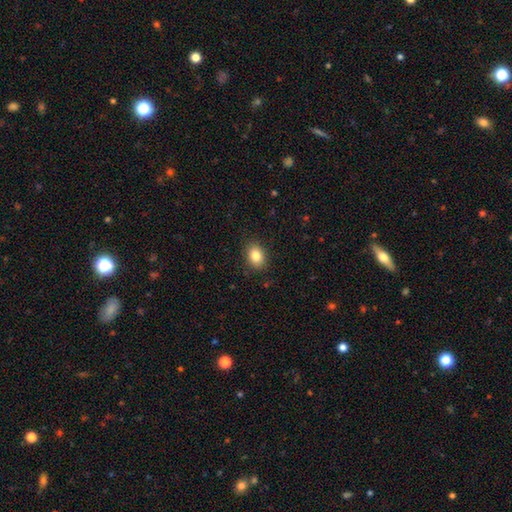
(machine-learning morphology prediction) A smooth galaxy with no disk features (84%) that is in between round and cigar-shaped (71%). Merging: none (88%).